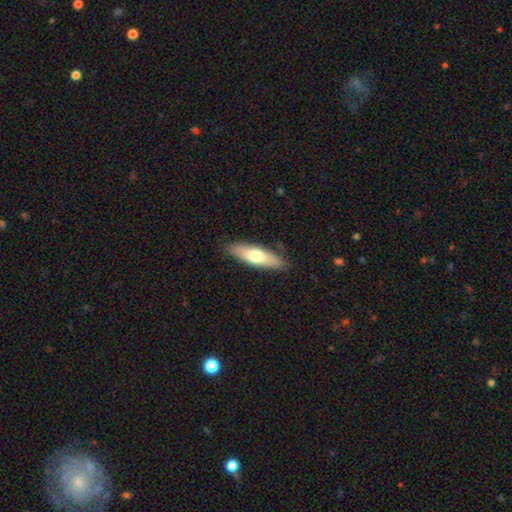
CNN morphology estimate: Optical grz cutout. It shows a smooth galaxy with no disk features (66%) that is cigar-shaped (54%). Merging: none (85%).